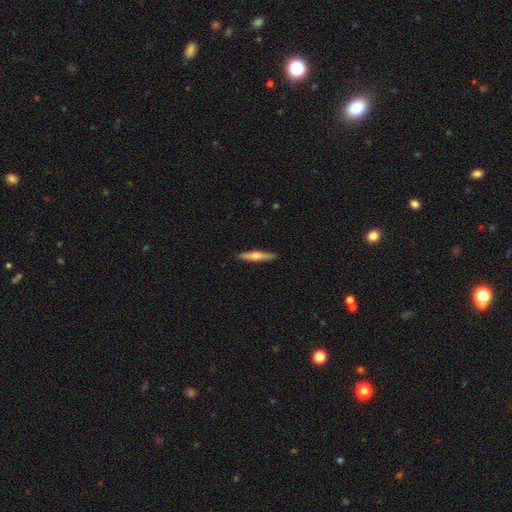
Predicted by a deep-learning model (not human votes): featured or disk 48%, smooth 46%, star or artifact 6%. Down the decision tree: merging — none (90%).